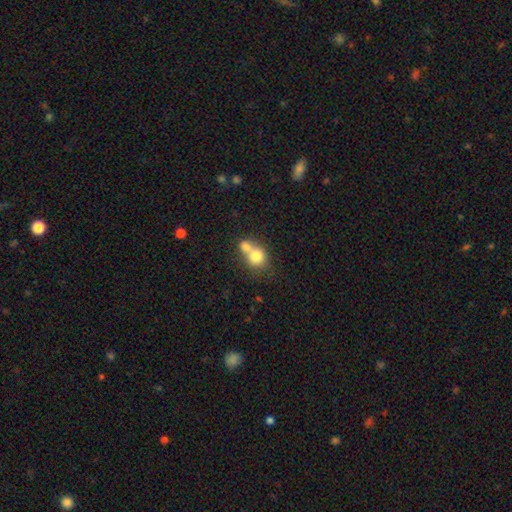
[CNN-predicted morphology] Smooth or featured? Predicted: smooth (p=0.75). How rounded? Predicted: round (p=0.70). Merging? Predicted: merger (p=0.66).